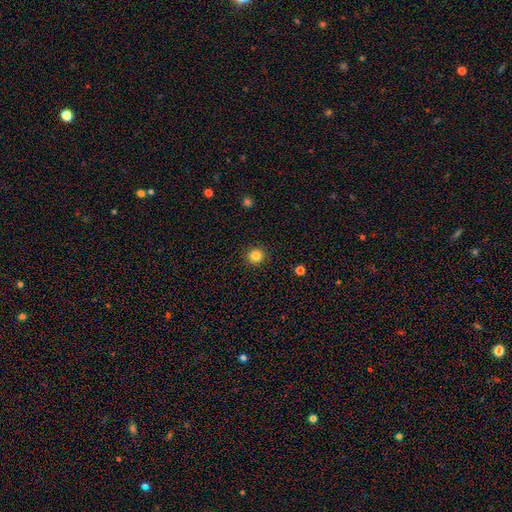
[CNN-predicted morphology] This is clearly a smooth galaxy (83%). How rounded: clearly round (92%). Merging: clearly none (92%).